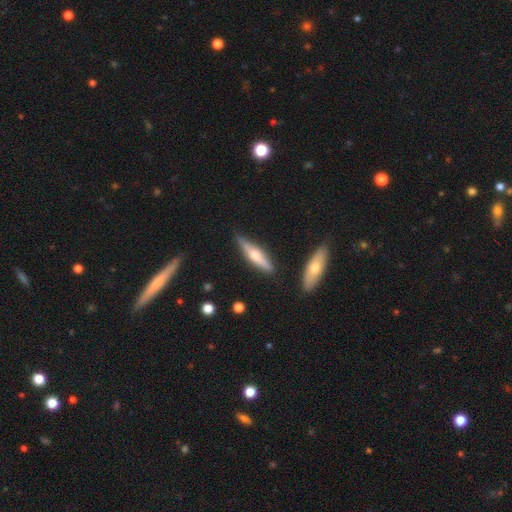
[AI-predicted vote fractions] A featured or disk galaxy (51%) viewed edge-on (95%). Merging: none (83%).